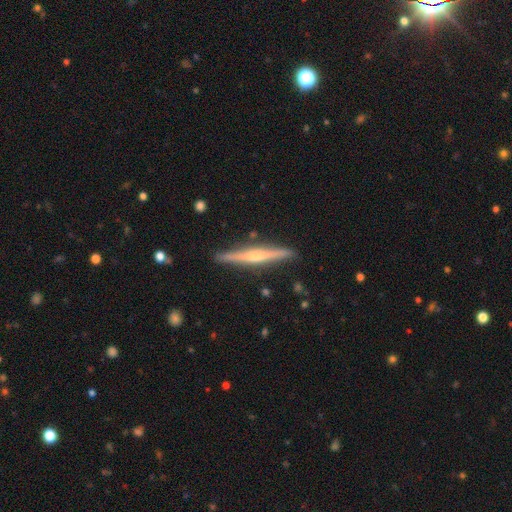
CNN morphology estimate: This appears to be a featured or disk galaxy (70%) viewed edge-on (98%) with a rounded central bulge (72%). Merging: none (90%).